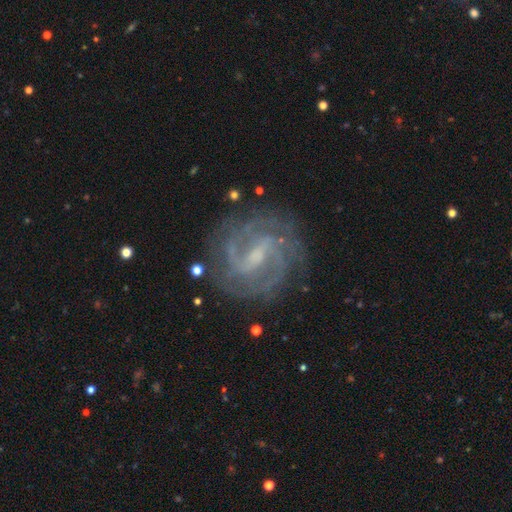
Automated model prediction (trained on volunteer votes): Smooth or featured? Predicted: featured or disk (p=0.88). Edge-on disk? Predicted: no (p=0.97). Bar? Predicted: weak (p=0.52). Spiral arms? Predicted: yes (p=0.97). Spiral winding? Predicted: tight (p=0.46). Spiral arm count? Predicted: 2 (p=0.51). Bulge size? Predicted: small (p=0.54). Merging? Predicted: none (p=0.81).